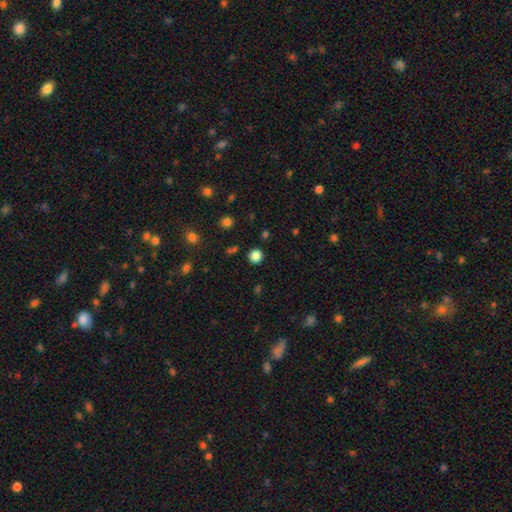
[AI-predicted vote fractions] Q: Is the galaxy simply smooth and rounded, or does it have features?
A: smooth — 85%.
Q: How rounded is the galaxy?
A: round — 94%.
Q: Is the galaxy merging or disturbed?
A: none — 91%.